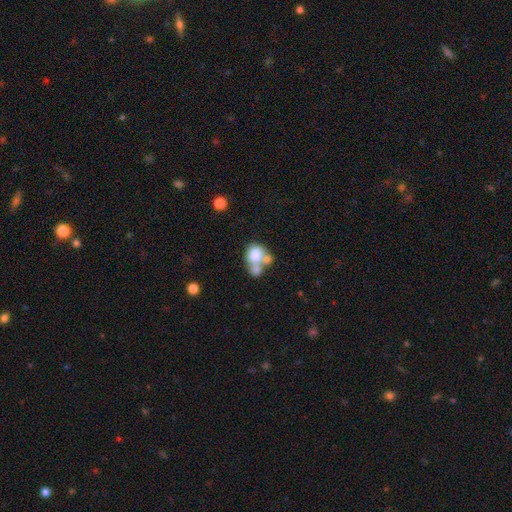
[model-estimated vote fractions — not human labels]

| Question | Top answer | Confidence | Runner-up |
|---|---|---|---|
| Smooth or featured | smooth | 72% | featured or disk (18%) |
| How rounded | round | 55% | in between (44%) |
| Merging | merger | 63% | none (22%) |